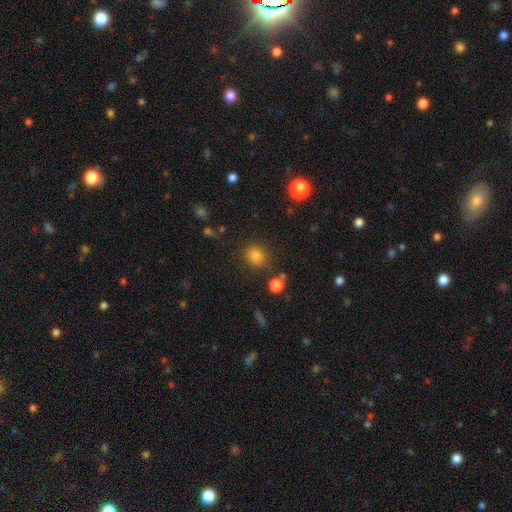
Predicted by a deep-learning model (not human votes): Smooth or featured: smooth — 80% (star or artifact — 15%)
How rounded: round — 75% (in between — 24%)
Merging: none — 82% (minor disturbance — 10%)